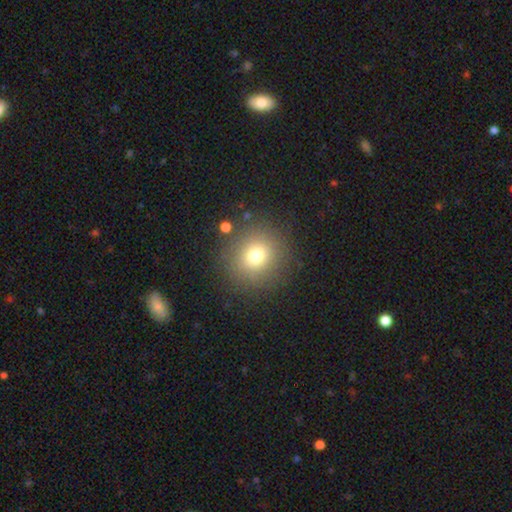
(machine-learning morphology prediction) Q: Smooth or featured?
A: smooth (74%); runner-up: star or artifact (15%)
Q: How rounded?
A: round (91%); runner-up: in between (8%)
Q: Merging?
A: none (86%); runner-up: minor disturbance (7%)